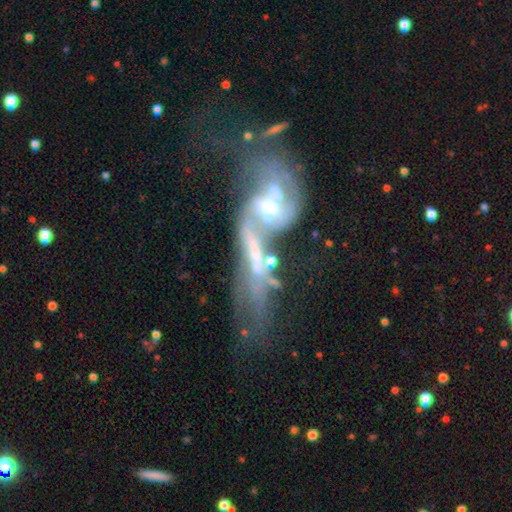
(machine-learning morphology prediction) This appears to be a featured or disk galaxy (69%) with no bar (60%), spiral arms (54%) and a moderate central bulge (44%). Merging: merger (66%).